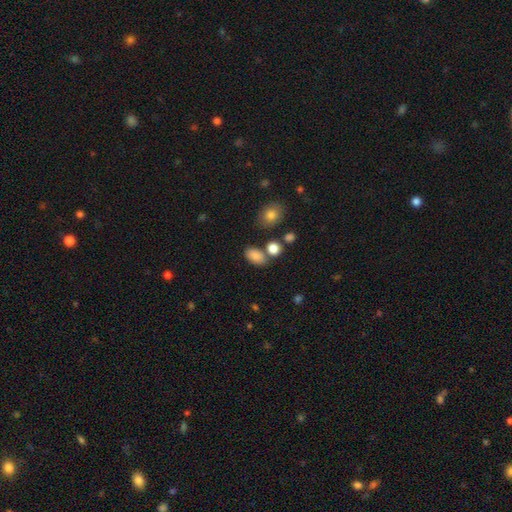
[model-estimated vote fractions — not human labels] Q: Smooth or featured?
A: smooth (85%); runner-up: star or artifact (10%)
Q: How rounded?
A: in between (88%); runner-up: round (11%)
Q: Merging?
A: none (69%); runner-up: minor disturbance (13%)